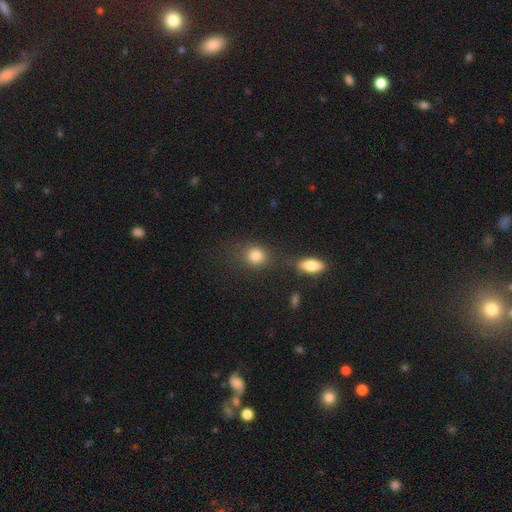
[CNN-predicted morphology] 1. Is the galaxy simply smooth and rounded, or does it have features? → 82% smooth, 11% star or artifact, 7% featured or disk.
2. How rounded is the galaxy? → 73% round, 26% in between, 2% cigar-shaped.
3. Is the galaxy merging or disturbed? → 66% none, 17% merger, 12% minor disturbance, 6% major disturbance.